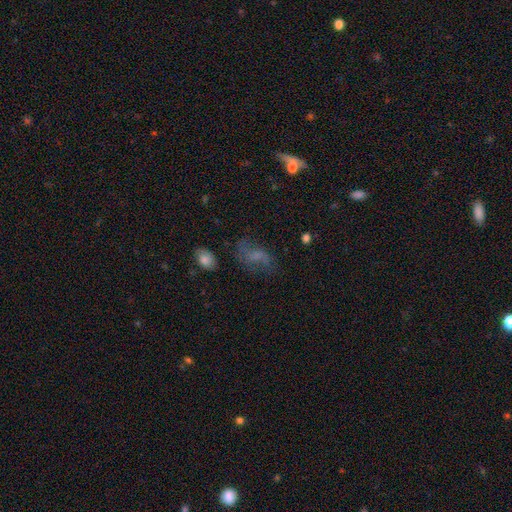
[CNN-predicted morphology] Smooth or featured? featured or disk (45%)
Merging? none (56%)